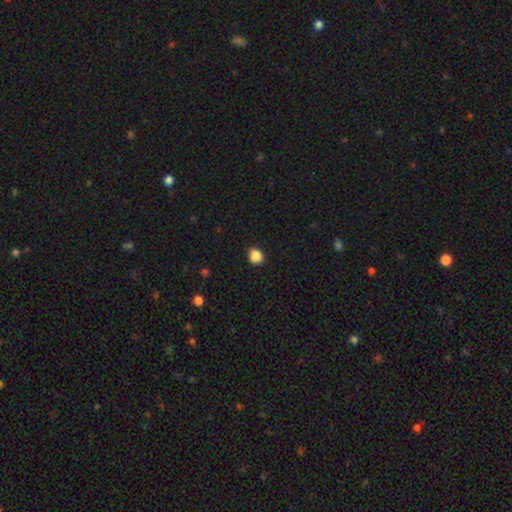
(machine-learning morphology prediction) Smooth or featured?
  - smooth: 86% *
  - star or artifact: 10%
  - featured or disk: 4%
How rounded?
  - round: 57% *
  - in between: 42%
  - cigar-shaped: 1%
Merging?
  - none: 75% *
  - minor disturbance: 17%
  - merger: 4%
  - major disturbance: 3%